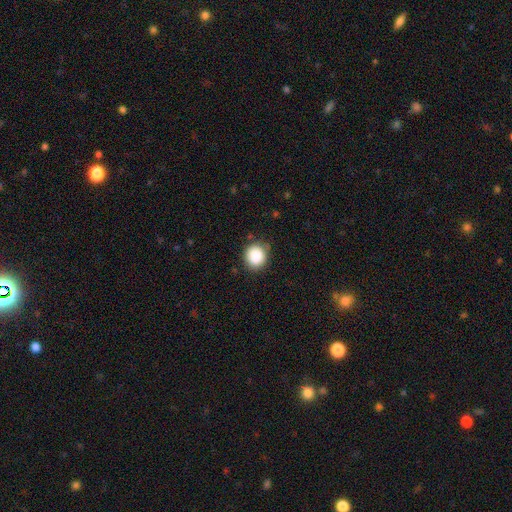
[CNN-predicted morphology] smooth-or-featured: smooth: 88% | star or artifact: 9% | featured or disk: 4%
  how-rounded: round: 82% | in between: 17% | cigar-shaped: 1%
  merging: none: 81% | minor disturbance: 14% | major disturbance: 3% | merger: 1%